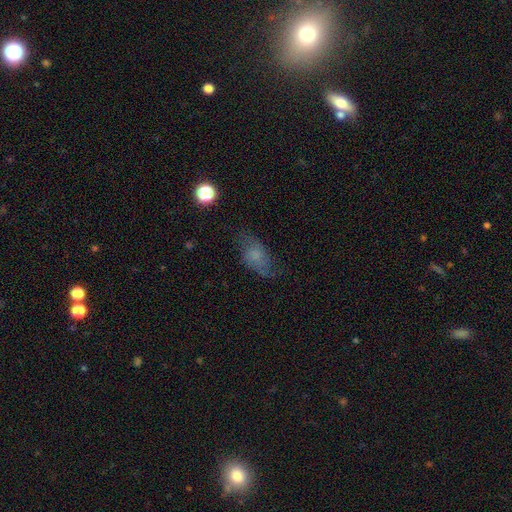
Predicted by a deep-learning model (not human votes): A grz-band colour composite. It shows a smooth galaxy with no disk features (53%) that is in between round and cigar-shaped (85%). Merging: none (59%).